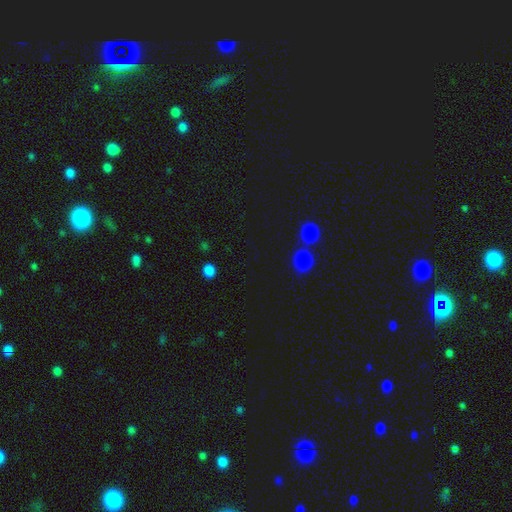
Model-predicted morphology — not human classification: The model was most divided on "smooth or featured": smooth: 59%, star or artifact: 34%, featured or disk: 7%. More confident: merging — none (78%); how rounded — round (71%).